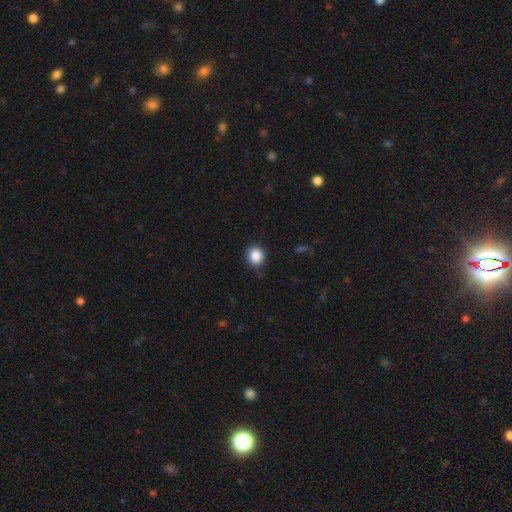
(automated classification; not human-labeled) smooth-or-featured: smooth: 87% | star or artifact: 10% | featured or disk: 3%
  how-rounded: round: 88% | in between: 11% | cigar-shaped: 1%
  merging: none: 82% | minor disturbance: 13% | major disturbance: 3% | merger: 1%